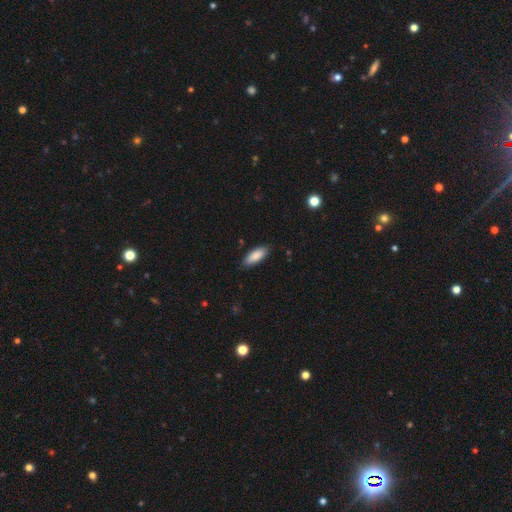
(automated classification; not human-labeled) Overall: smooth (87%). How rounded: in between (74%). Merging: none (86%).